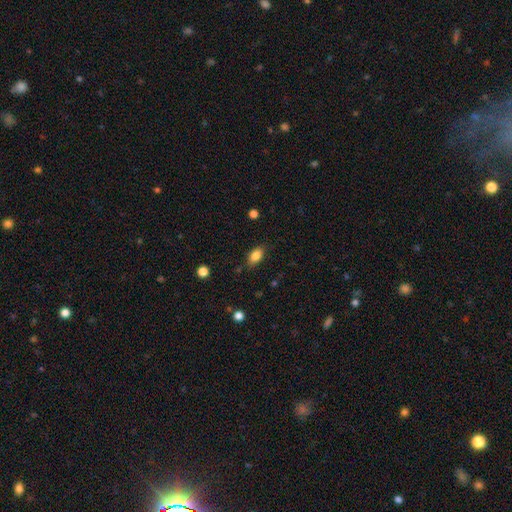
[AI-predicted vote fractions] The model was most divided on "merging": none: 81%, minor disturbance: 14%, major disturbance: 3%, merger: 2%. More confident: how rounded — in between (89%); smooth or featured — smooth (85%).